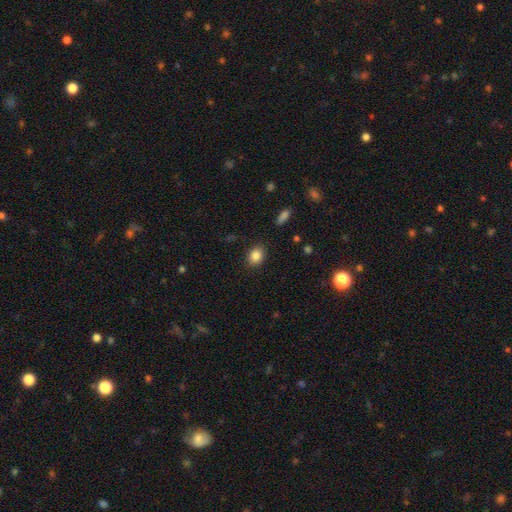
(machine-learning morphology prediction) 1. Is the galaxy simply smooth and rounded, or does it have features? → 85% smooth, 9% star or artifact, 6% featured or disk.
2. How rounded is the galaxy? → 61% in between, 38% round, 1% cigar-shaped.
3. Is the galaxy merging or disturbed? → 87% none, 9% minor disturbance, 2% major disturbance, 1% merger.